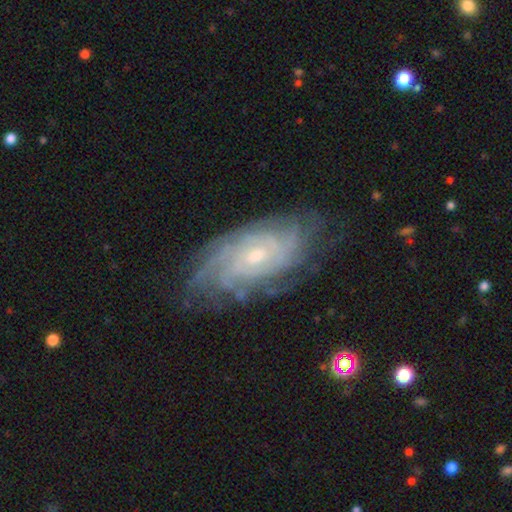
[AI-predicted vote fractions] A featured or disk galaxy (84%) with no bar (61%), tight (75%) spiral arms (96%) and a small central bulge (61%). Merging: none (75%).